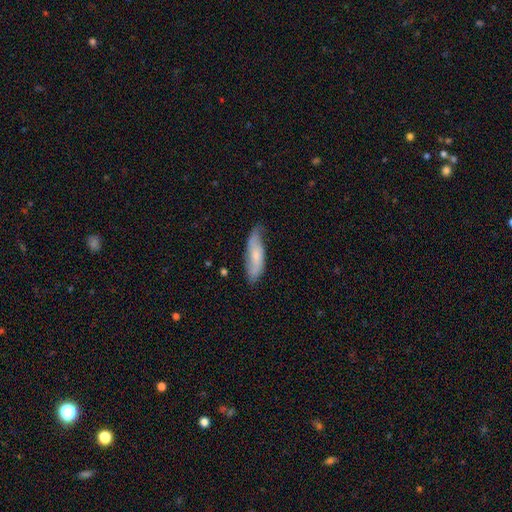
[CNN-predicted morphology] smooth-or-featured: smooth: 58% | featured or disk: 35% | star or artifact: 6%
  how-rounded: cigar-shaped: 53% | in between: 45% | round: 2%
  merging: none: 66% | minor disturbance: 27% | major disturbance: 5% | merger: 2%